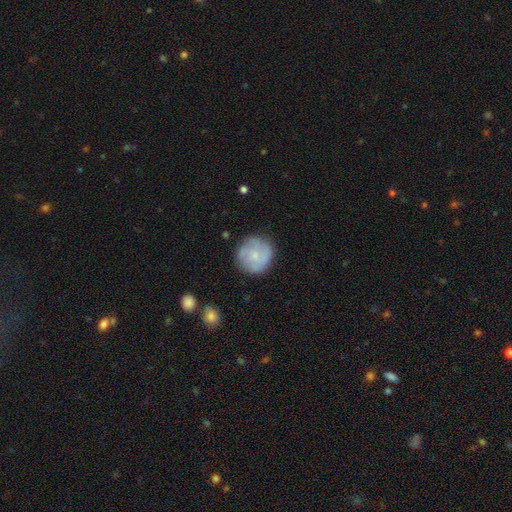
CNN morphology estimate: smooth-or-featured: smooth: 58% | featured or disk: 36% | star or artifact: 7%
  how-rounded: round: 94% | in between: 5% | cigar-shaped: 1%
  merging: none: 79% | minor disturbance: 15% | major disturbance: 4% | merger: 2%